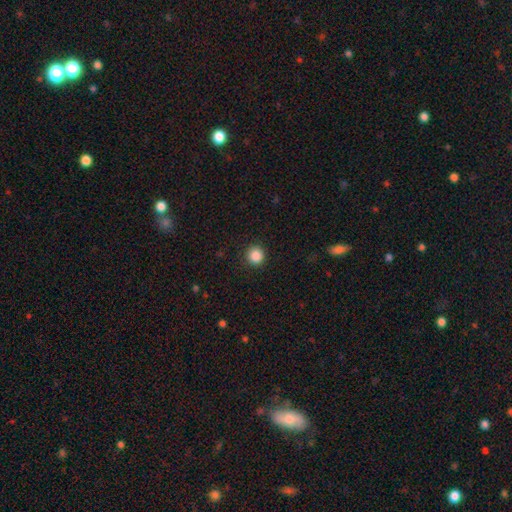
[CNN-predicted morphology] Smooth or featured? smooth (87%)
How rounded? round (95%)
Merging? none (92%)